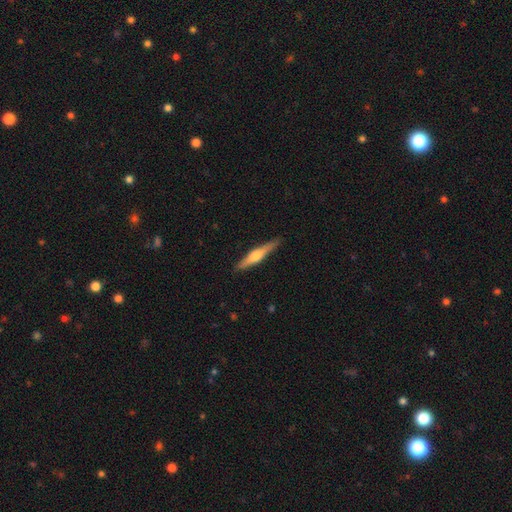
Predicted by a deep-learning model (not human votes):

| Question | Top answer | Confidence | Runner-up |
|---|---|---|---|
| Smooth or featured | featured or disk | 60% | smooth (34%) |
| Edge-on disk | yes | 97% | no (3%) |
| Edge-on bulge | rounded | 88% | boxy (7%) |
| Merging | none | 88% | minor disturbance (9%) |